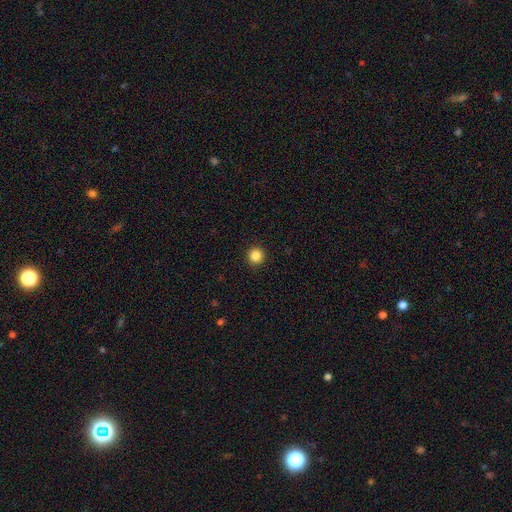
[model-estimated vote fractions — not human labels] Smooth or featured: smooth — 86% (star or artifact — 11%)
How rounded: round — 96% (in between — 3%)
Merging: none — 93% (minor disturbance — 4%)